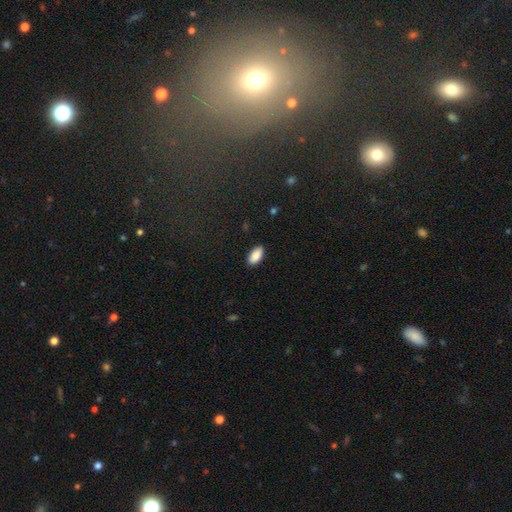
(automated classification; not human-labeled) Smooth or featured?
  - smooth: 88% *
  - star or artifact: 7%
  - featured or disk: 5%
How rounded?
  - in between: 93% *
  - cigar-shaped: 5%
  - round: 2%
Merging?
  - none: 88% *
  - minor disturbance: 9%
  - major disturbance: 2%
  - merger: 1%